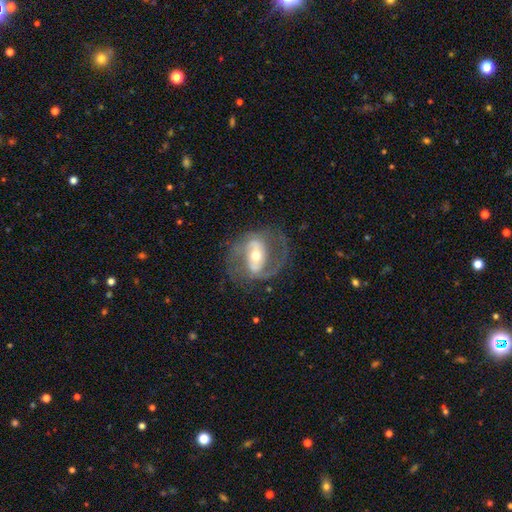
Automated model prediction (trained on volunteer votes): This is clearly a featured or disk galaxy (84%). It is clearly not viewed edge-on (96%). Bar: marginally strong (41%). Spiral arm pattern: clearly yes (89%). Spiral arm count: clearly 2 (84%). Spiral winding: possibly medium (53%). Central bulge: likely moderate (62%). Merging: likely none (67%).